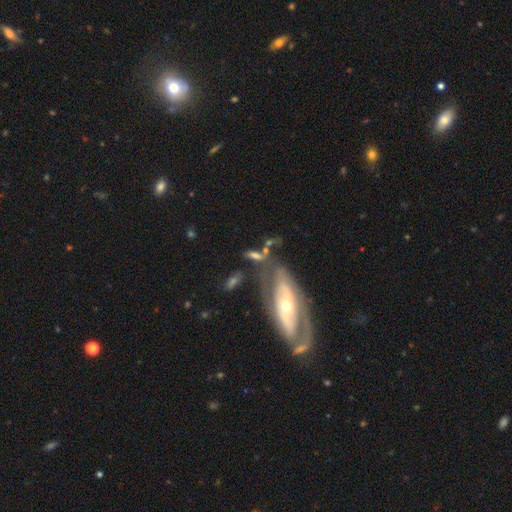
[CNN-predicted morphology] The model was most divided on "merging": none: 41%, merger: 28%, minor disturbance: 17%, major disturbance: 14%. More confident: how rounded — in between (64%); smooth or featured — smooth (52%).